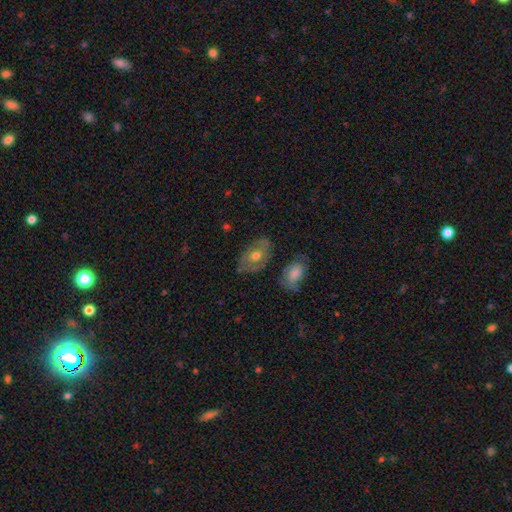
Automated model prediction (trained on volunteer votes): Smooth or featured?
  - smooth: 48% *
  - featured or disk: 43%
  - star or artifact: 8%
Merging?
  - none: 72% *
  - minor disturbance: 18%
  - major disturbance: 5%
  - merger: 5%